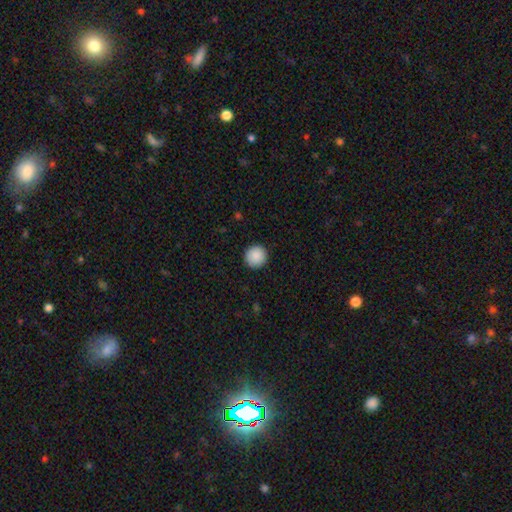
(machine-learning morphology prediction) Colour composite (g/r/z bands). It shows a smooth galaxy with no disk features (89%) that is round (96%). Merging: none (92%).